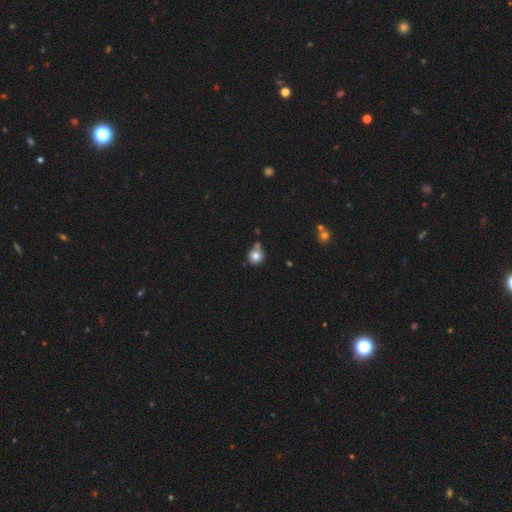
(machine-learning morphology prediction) Q: Smooth or featured?
A: smooth (80%); runner-up: star or artifact (11%)
Q: How rounded?
A: round (89%); runner-up: in between (10%)
Q: Merging?
A: none (56%); runner-up: merger (20%)